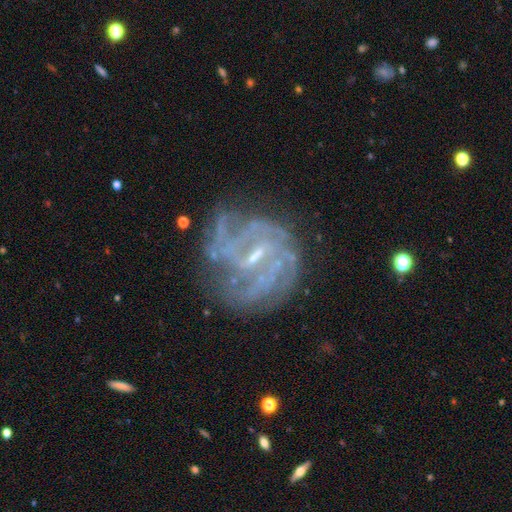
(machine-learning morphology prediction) Smooth or featured: featured or disk — 84% (star or artifact — 9%)
Edge-on disk: no — 98% (yes — 2%)
Bar: weak — 55% (strong — 24%)
Spiral arms: yes — 88% (no — 12%)
Spiral winding: tight — 49% (medium — 38%)
Spiral arm count: can't tell — 36% (3 — 19%)
Bulge size: small — 63% (none — 18%)
Merging: none — 60% (minor disturbance — 20%)